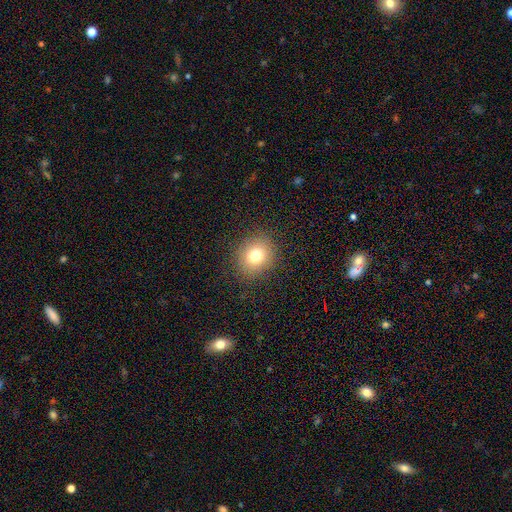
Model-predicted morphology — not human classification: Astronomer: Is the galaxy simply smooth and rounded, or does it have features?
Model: smooth — 76%.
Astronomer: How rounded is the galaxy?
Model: round — 75%.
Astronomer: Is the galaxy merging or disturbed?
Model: none — 88%.